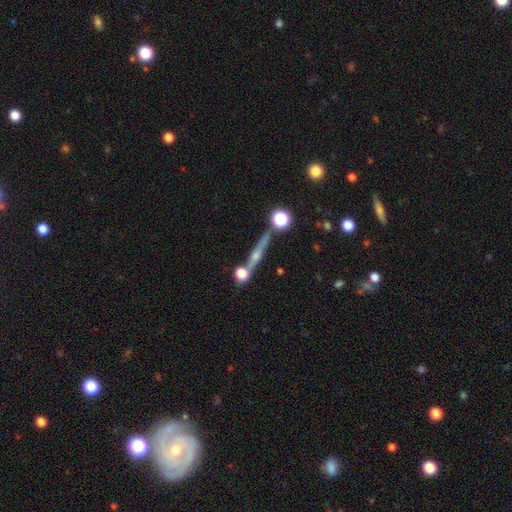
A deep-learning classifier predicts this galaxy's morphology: Overall: featured or disk (63%; smooth 25%). Edge-on disk: yes (93%). Edge-on bulge: rounded (80%). Merging: none (74%).